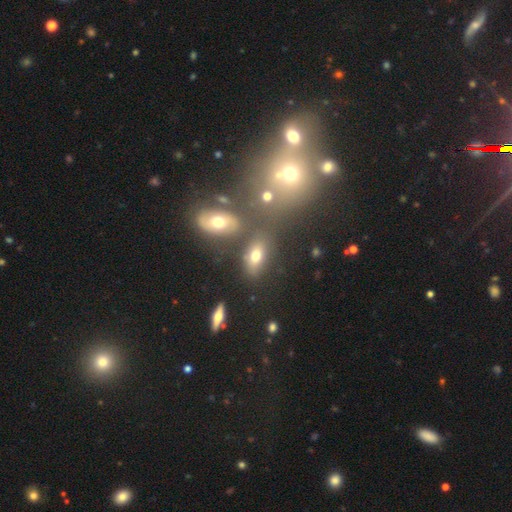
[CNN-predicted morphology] Q: Smooth or featured?
A: smooth (68%); runner-up: featured or disk (18%)
Q: How rounded?
A: in between (82%); runner-up: round (12%)
Q: Merging?
A: none (68%); runner-up: minor disturbance (14%)